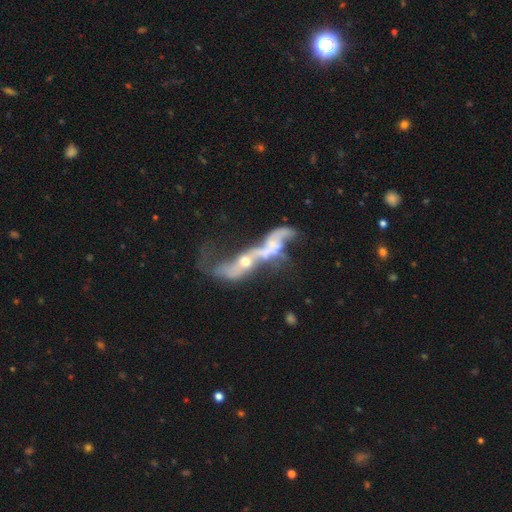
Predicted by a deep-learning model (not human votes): A featured or disk galaxy (69%) with no bar (67%), spiral arms (53%) and a moderate central bulge (37%). Merging: merger (73%).